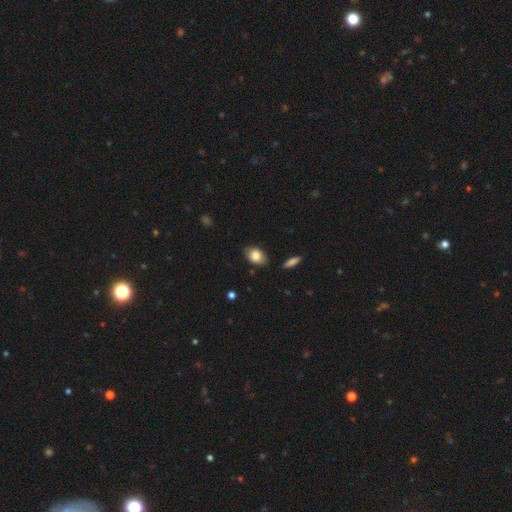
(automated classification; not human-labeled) Smooth or featured: smooth — 81% (featured or disk — 12%)
How rounded: in between — 85% (round — 14%)
Merging: none — 82% (minor disturbance — 14%)